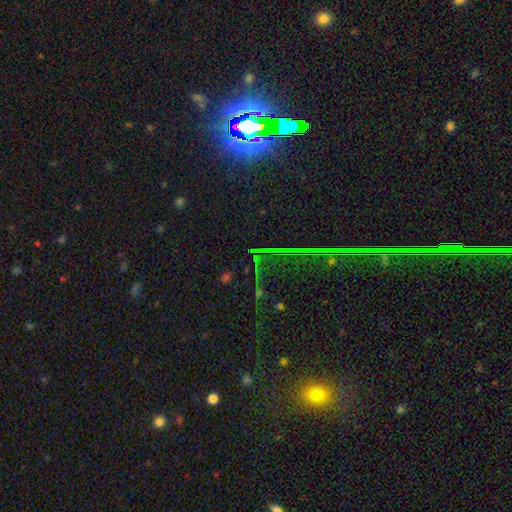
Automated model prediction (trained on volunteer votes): Morphology: type=star or artifact (81%).